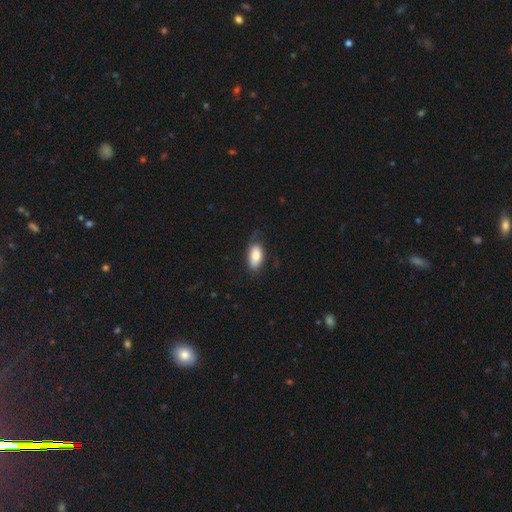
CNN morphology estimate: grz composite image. It shows a smooth galaxy with no disk features (80%) that is in between round and cigar-shaped (93%). Merging: none (63%).